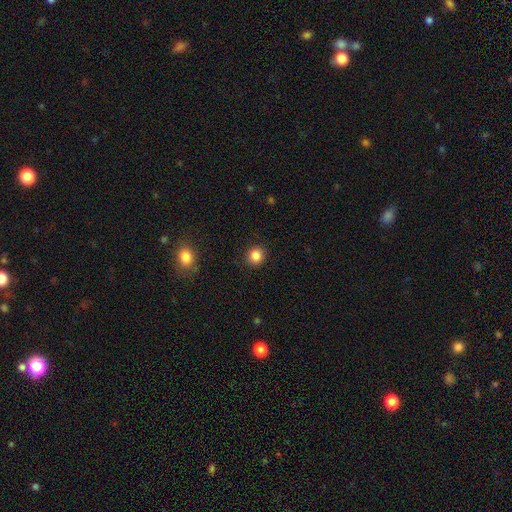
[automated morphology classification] This is clearly a smooth galaxy (86%). How rounded: clearly round (89%). Merging: clearly none (90%).